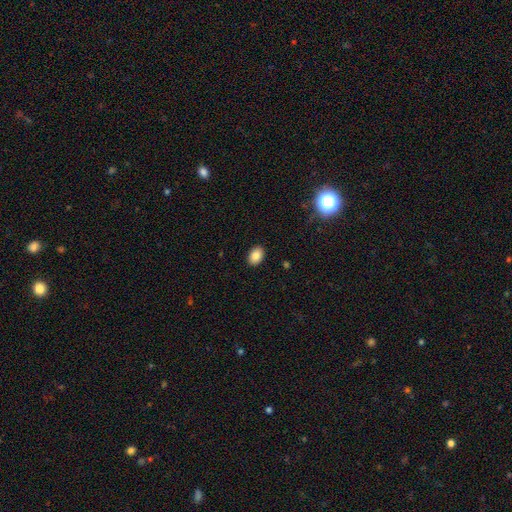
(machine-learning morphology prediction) Smooth or featured? Predicted: smooth (p=0.84). How rounded? Predicted: in between (p=0.79). Merging? Predicted: none (p=0.90).